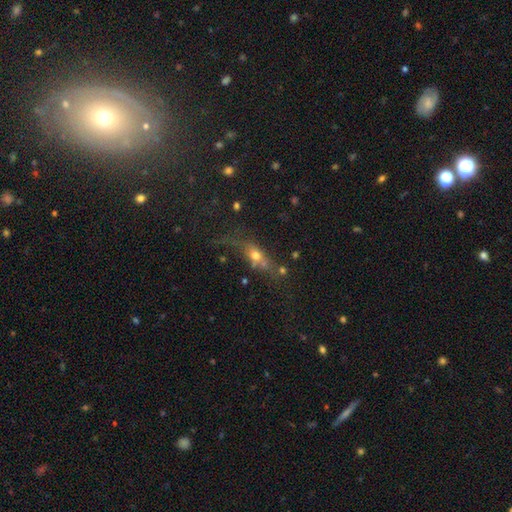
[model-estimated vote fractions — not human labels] Smooth or featured?
  - smooth: 49% *
  - featured or disk: 32%
  - star or artifact: 18%
Merging?
  - none: 42% *
  - major disturbance: 23%
  - minor disturbance: 19%
  - merger: 16%